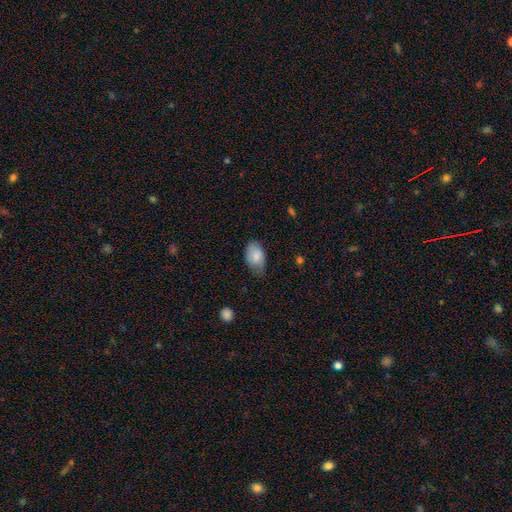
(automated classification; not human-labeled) Overall: smooth (83%). How rounded: in between (91%). Merging: none (63%; minor disturbance 31%).